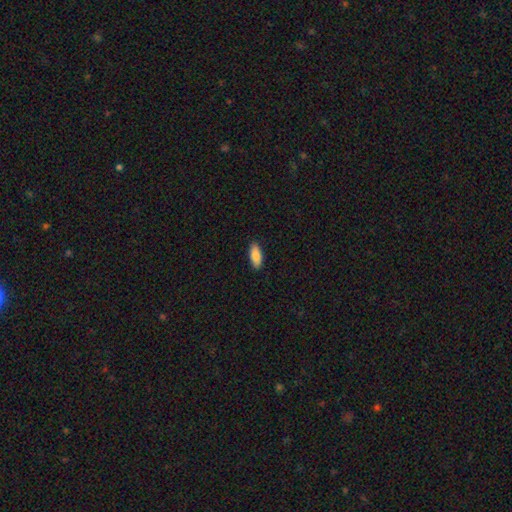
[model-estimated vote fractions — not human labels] Smooth or featured: smooth — 86% (featured or disk — 7%)
How rounded: in between — 82% (cigar-shaped — 16%)
Merging: none — 89% (minor disturbance — 8%)